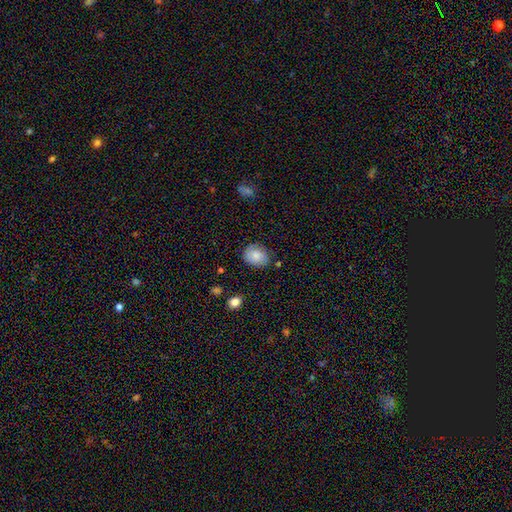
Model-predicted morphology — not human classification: Smooth or featured? Predicted: smooth (p=0.81). How rounded? Predicted: in between (p=0.59). Merging? Predicted: none (p=0.73).